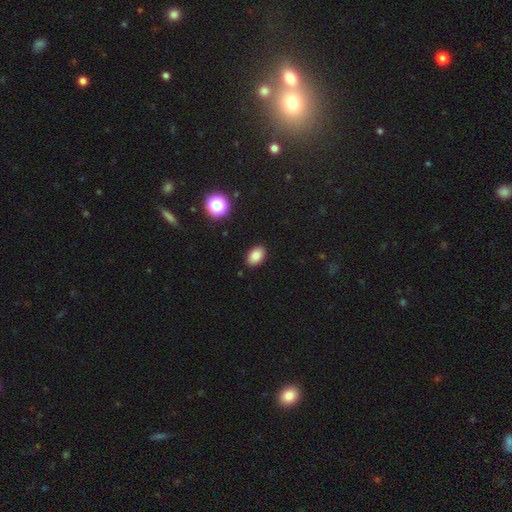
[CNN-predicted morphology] Overall: smooth (84%). How rounded: in between (88%). Merging: none (89%).